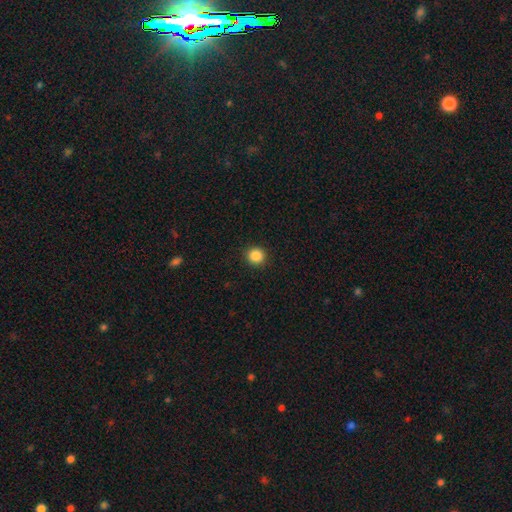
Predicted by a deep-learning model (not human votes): Smooth or featured: smooth — 86% (star or artifact — 10%)
How rounded: round — 93% (in between — 6%)
Merging: none — 93% (minor disturbance — 5%)